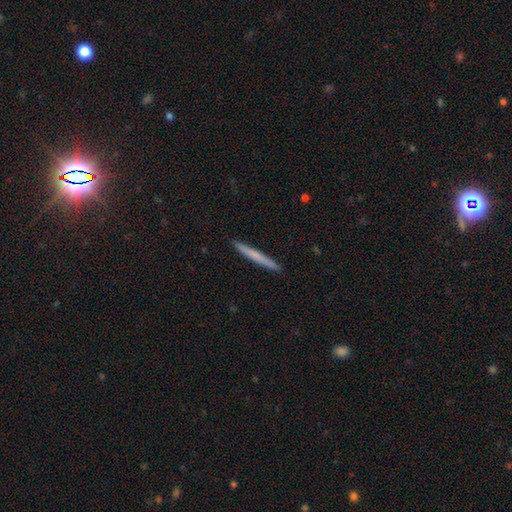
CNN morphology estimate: Smooth or featured: smooth — 63% (featured or disk — 31%)
How rounded: cigar-shaped — 97% (in between — 2%)
Merging: none — 93% (minor disturbance — 5%)